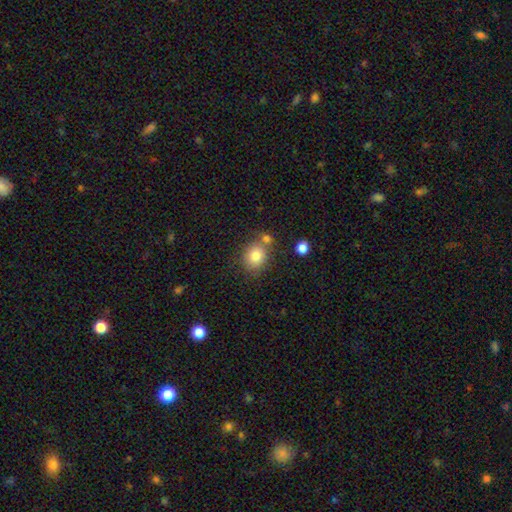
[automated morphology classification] Overall: smooth (81%). How rounded: round (69%; in between 30%). Merging: none (63%).